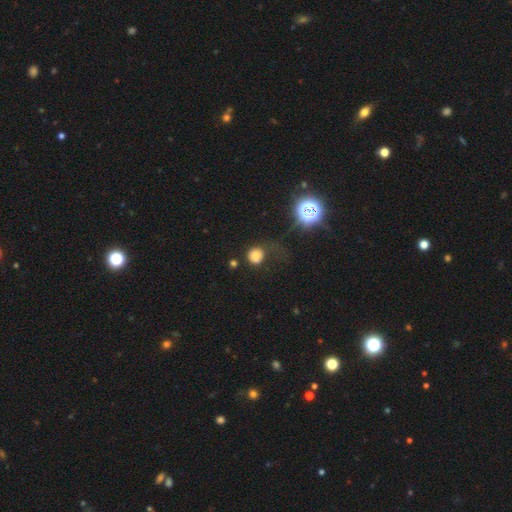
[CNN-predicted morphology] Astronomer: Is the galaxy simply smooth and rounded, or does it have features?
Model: smooth — 76%.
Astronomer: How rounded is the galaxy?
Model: round — 88%.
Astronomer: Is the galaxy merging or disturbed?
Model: none — 64%.